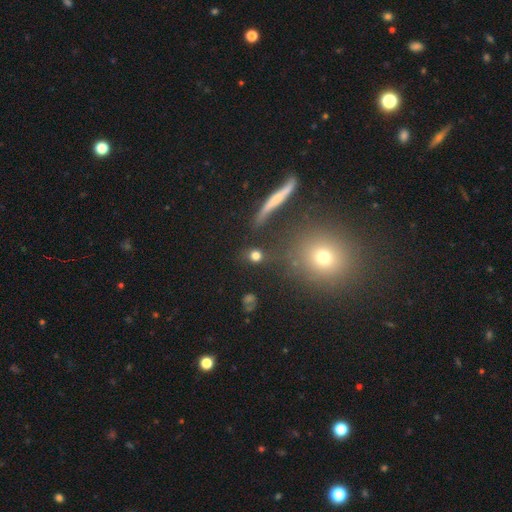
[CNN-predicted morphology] A smooth galaxy with no disk features (75%) that is round (76%). Merging: none (75%).